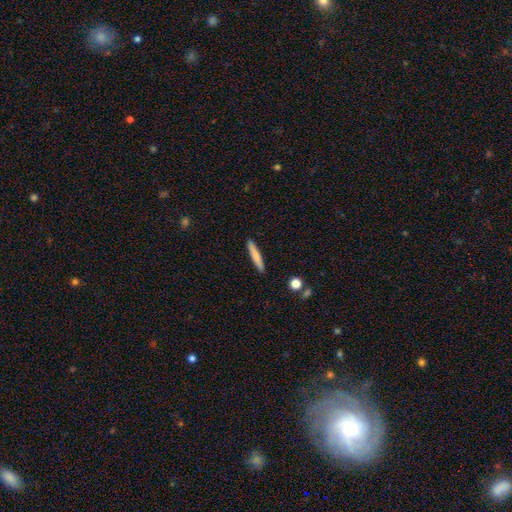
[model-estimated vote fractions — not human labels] Smooth or featured? Predicted: smooth (p=0.76). How rounded? Predicted: cigar-shaped (p=0.94). Merging? Predicted: none (p=0.91).